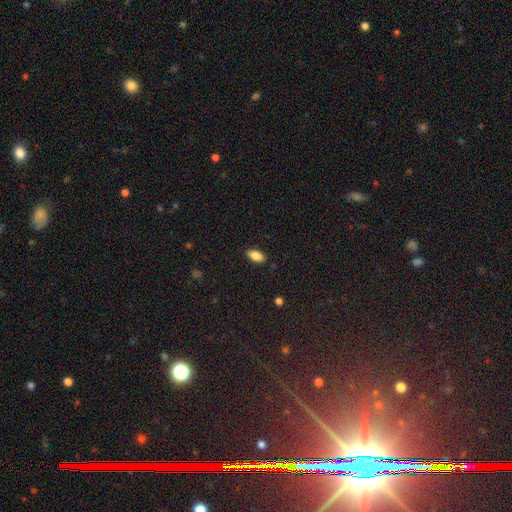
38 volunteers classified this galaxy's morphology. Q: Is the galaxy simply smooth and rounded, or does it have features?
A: smooth — 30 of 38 (79%).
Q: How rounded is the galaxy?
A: in between — 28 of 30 (93%).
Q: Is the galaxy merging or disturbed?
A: none — 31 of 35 (89%).